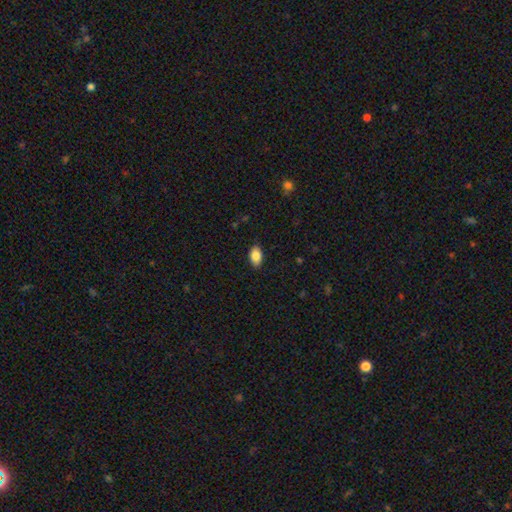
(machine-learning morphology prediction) Smooth or featured: smooth — 87% (star or artifact — 7%)
How rounded: in between — 92% (round — 5%)
Merging: none — 88% (minor disturbance — 9%)